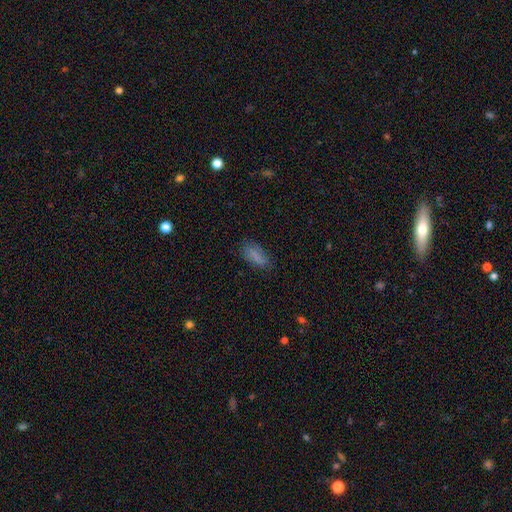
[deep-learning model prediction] Smooth or featured? smooth (78%)
How rounded? in between (78%)
Merging? none (75%)